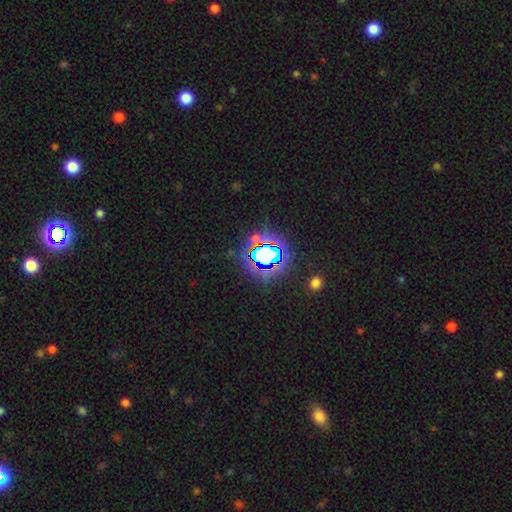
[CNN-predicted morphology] Smooth or featured: star or artifact — 74% (smooth — 16%)